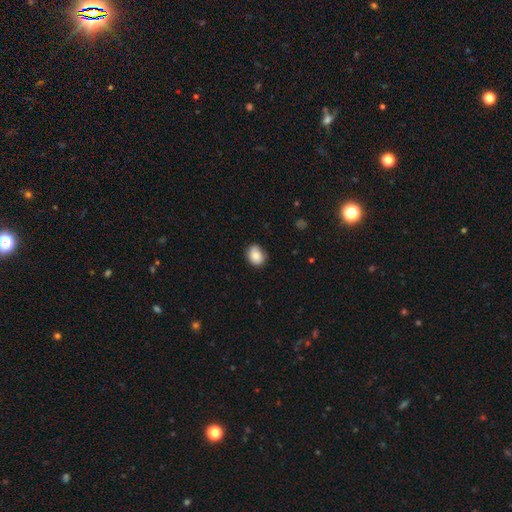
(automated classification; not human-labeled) smooth-or-featured: smooth: 82% | featured or disk: 10% | star or artifact: 8%
  how-rounded: round: 52% | in between: 47% | cigar-shaped: 1%
  merging: none: 73% | minor disturbance: 22% | major disturbance: 4% | merger: 1%